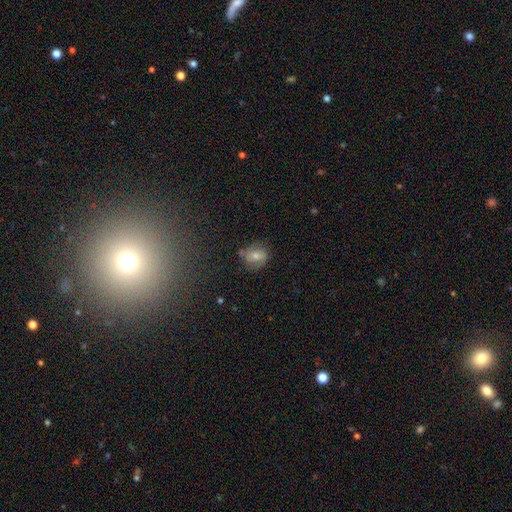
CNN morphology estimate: This is possibly a smooth galaxy (47%). Merging: likely none (73%).